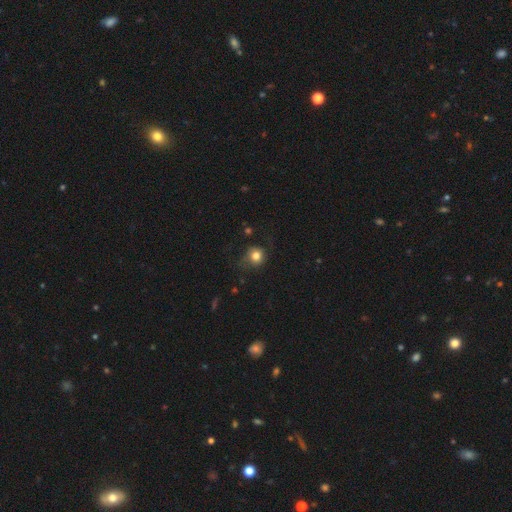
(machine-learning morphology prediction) Smooth or featured? smooth (78%)
How rounded? round (86%)
Merging? none (64%)